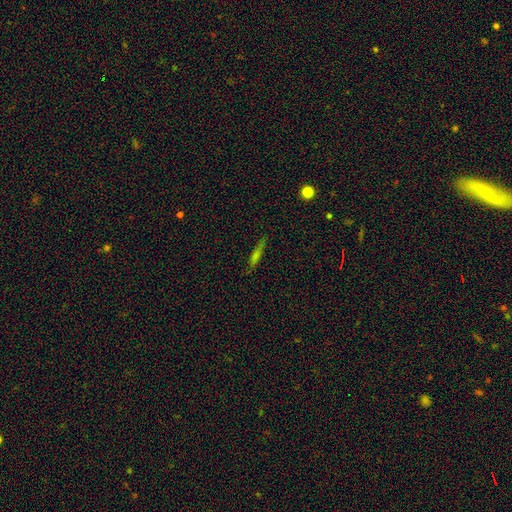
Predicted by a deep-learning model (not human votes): The model was most divided on "smooth or featured": smooth: 48%, featured or disk: 38%, star or artifact: 14%. More confident: merging — none (84%).